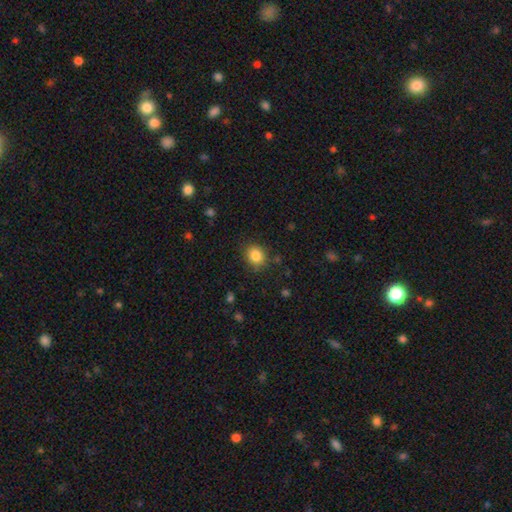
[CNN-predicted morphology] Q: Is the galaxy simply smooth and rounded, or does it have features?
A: smooth — 84%.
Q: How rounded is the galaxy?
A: round — 74%.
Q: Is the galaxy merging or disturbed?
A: none — 84%.